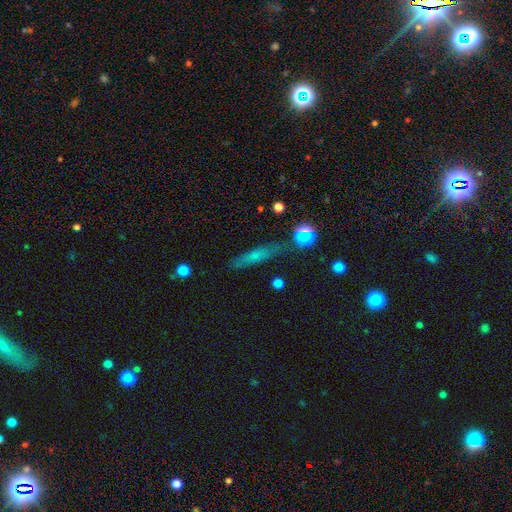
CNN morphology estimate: type=smooth (55%); roundness=cigar-shaped (81%); merging=none (79%).